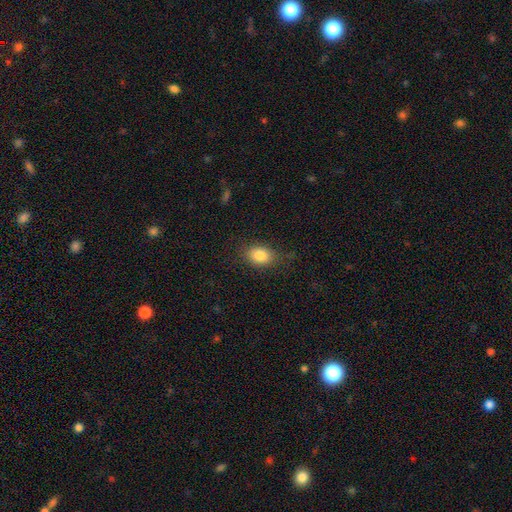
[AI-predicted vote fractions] Morphology: type=smooth (83%); roundness=in between (76%); merging=none (80%).